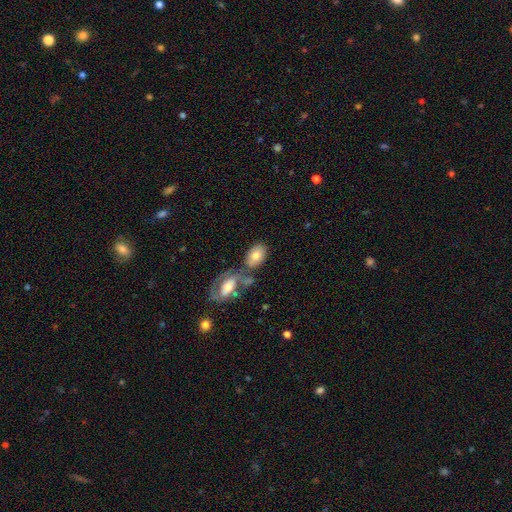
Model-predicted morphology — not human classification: A smooth galaxy with no disk features (71%) that is in between round and cigar-shaped (90%). Merging: none (43%).